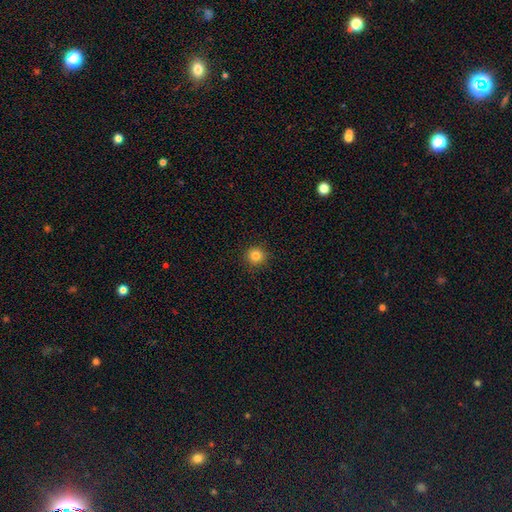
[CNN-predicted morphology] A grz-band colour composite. It shows a smooth galaxy with no disk features (82%) that is round (94%). Merging: none (92%).